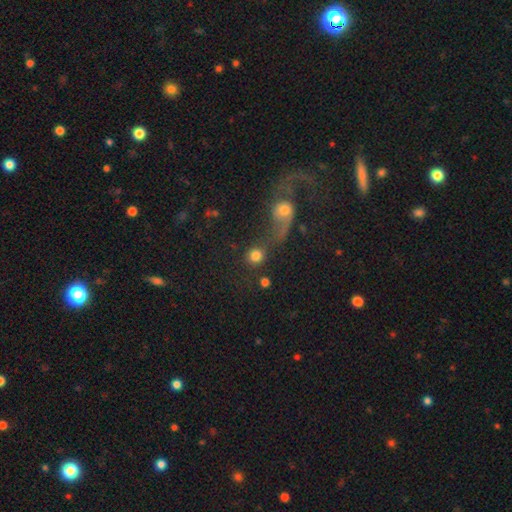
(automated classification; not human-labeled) Q: Smooth or featured?
A: smooth (80%); runner-up: star or artifact (11%)
Q: How rounded?
A: round (91%); runner-up: in between (8%)
Q: Merging?
A: none (50%); runner-up: merger (31%)